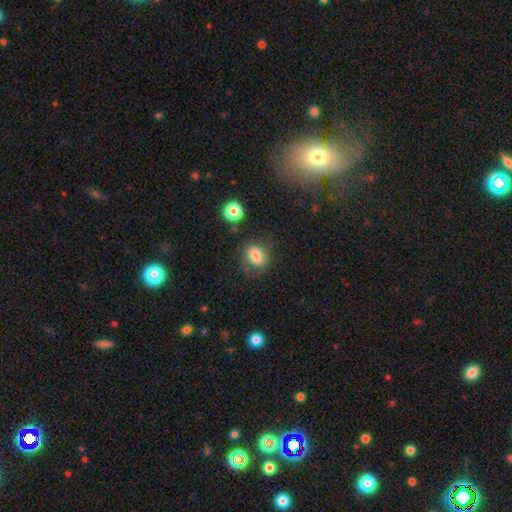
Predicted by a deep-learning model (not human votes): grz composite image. It shows a smooth galaxy with no disk features (74%) that is in between round and cigar-shaped (61%). Merging: none (68%).